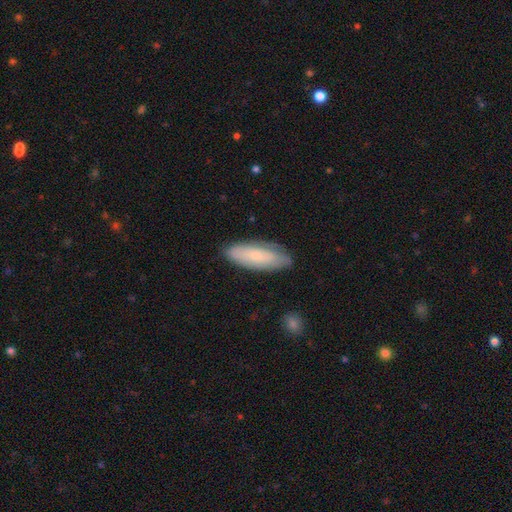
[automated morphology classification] A smooth galaxy with no disk features (65%) that is in between round and cigar-shaped (65%).

Vote fractions:
- Smooth or featured? smooth: 65% / featured or disk: 29% / star or artifact: 6%
- How rounded? in between: 65% / cigar-shaped: 33% / round: 2%
- Merging? none: 81% / minor disturbance: 14% / major disturbance: 3% / merger: 1%